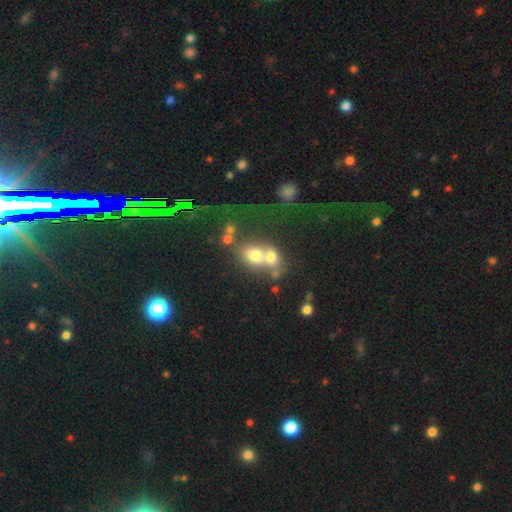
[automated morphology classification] type=smooth (66%); roundness=round (49%, tied with in between); merging=merger (64%).